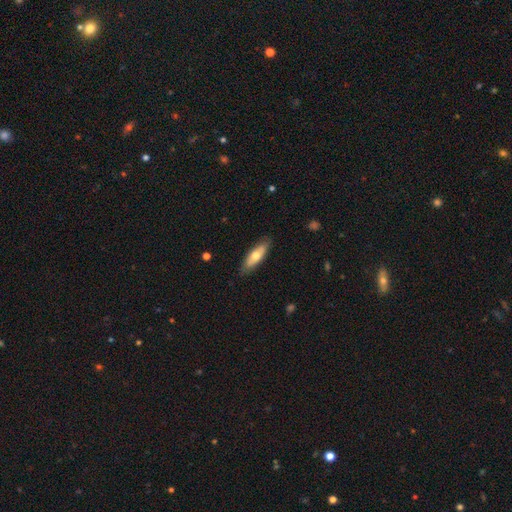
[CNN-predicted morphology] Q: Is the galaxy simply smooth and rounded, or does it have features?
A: smooth — 61%.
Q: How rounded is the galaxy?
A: in between — 52%.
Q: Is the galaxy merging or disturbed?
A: none — 85%.